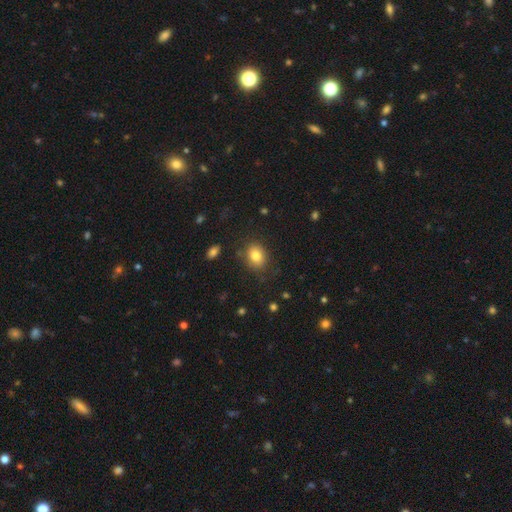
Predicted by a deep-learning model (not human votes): A smooth galaxy with no disk features (82%) that is in between round and cigar-shaped (53%).

Vote fractions:
- Smooth or featured? smooth: 82% / star or artifact: 10% / featured or disk: 8%
- How rounded? in between: 53% / round: 46% / cigar-shaped: 1%
- Merging? none: 82% / minor disturbance: 12% / major disturbance: 4% / merger: 2%